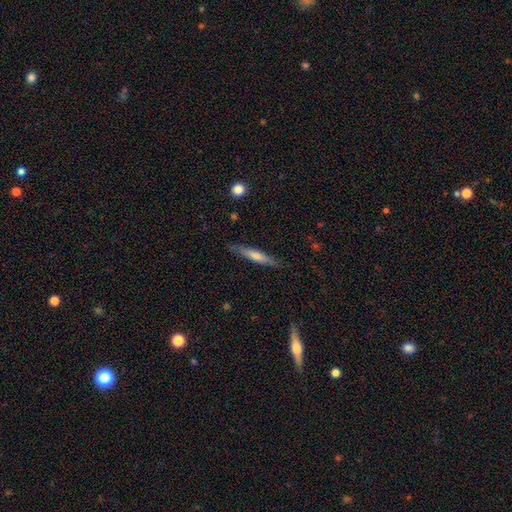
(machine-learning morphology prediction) Smooth or featured: smooth — 52% (featured or disk — 42%)
How rounded: cigar-shaped — 92% (in between — 7%)
Merging: none — 86% (minor disturbance — 10%)